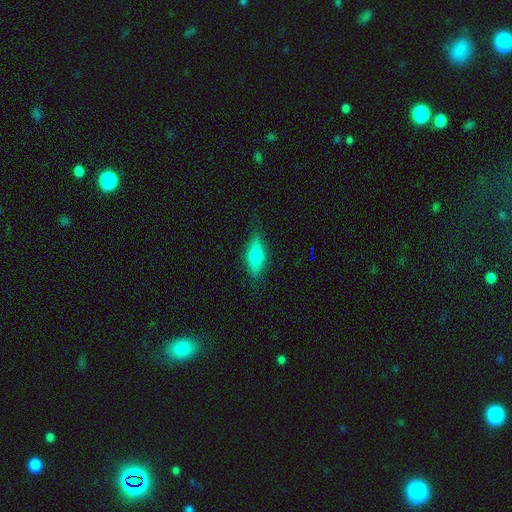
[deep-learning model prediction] Q: Smooth or featured?
A: smooth (70%); runner-up: featured or disk (23%)
Q: How rounded?
A: in between (67%); runner-up: cigar-shaped (30%)
Q: Merging?
A: none (82%); runner-up: minor disturbance (14%)